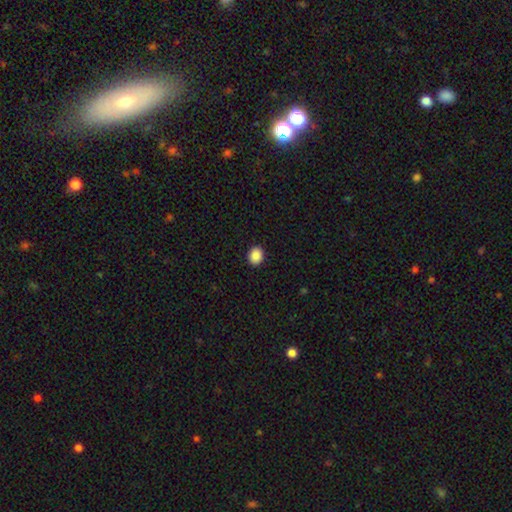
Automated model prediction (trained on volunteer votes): Smooth or featured? Predicted: smooth (p=0.89). How rounded? Predicted: round (p=0.57). Merging? Predicted: none (p=0.91).